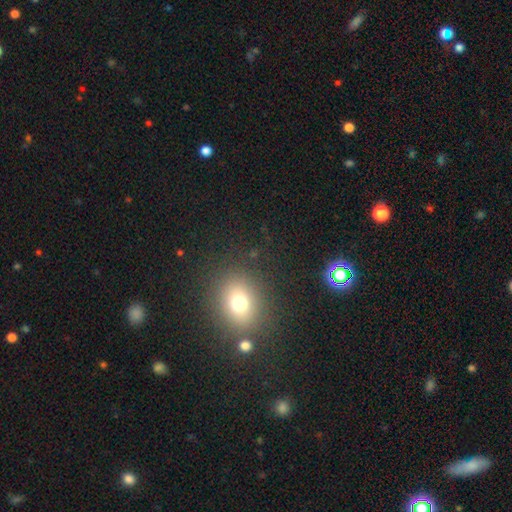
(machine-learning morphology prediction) Smooth or featured?
  - smooth: 63% *
  - star or artifact: 27%
  - featured or disk: 11%
How rounded?
  - round: 59% *
  - in between: 39%
  - cigar-shaped: 2%
Merging?
  - none: 85% *
  - minor disturbance: 8%
  - merger: 4%
  - major disturbance: 3%